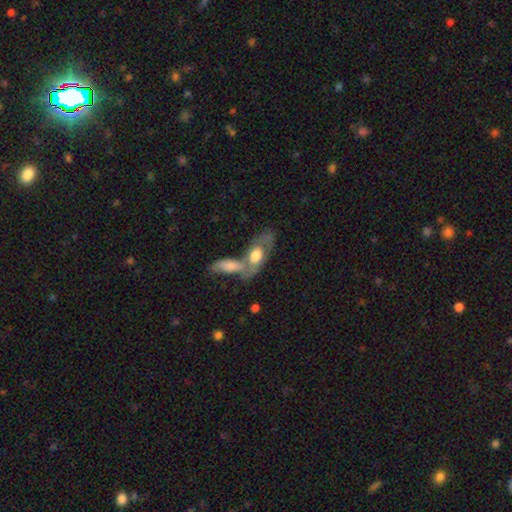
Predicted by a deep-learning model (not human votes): Smooth or featured?
  - smooth: 48% *
  - featured or disk: 45%
  - star or artifact: 6%
Merging?
  - merger: 50% *
  - none: 31%
  - minor disturbance: 12%
  - major disturbance: 7%